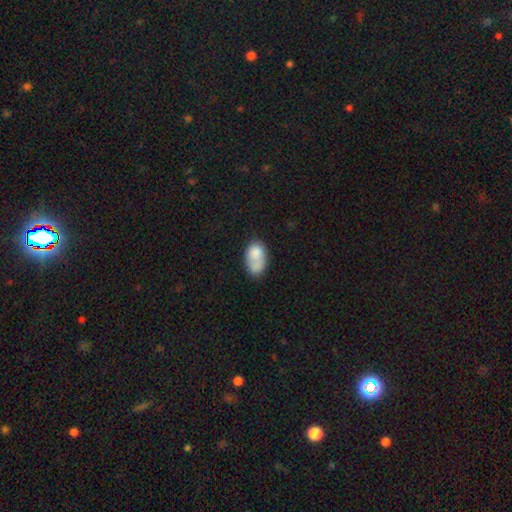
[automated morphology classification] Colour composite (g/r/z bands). It shows a smooth galaxy with no disk features (77%) that is in between round and cigar-shaped (87%). Merging: none (35%).